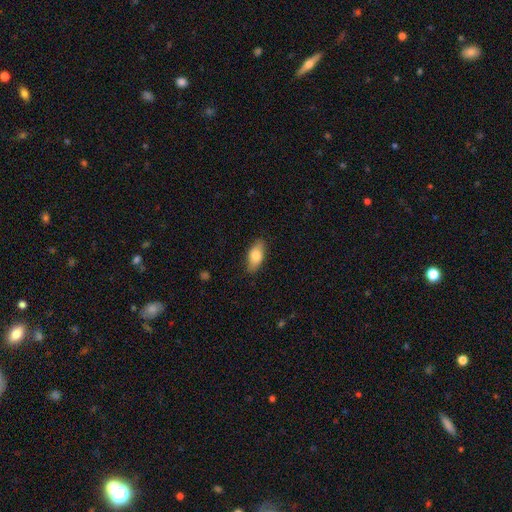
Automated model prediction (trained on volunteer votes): A smooth galaxy with no disk features (77%) that is in between round and cigar-shaped (87%).

Vote fractions:
- Smooth or featured? smooth: 77% / featured or disk: 17% / star or artifact: 6%
- How rounded? in between: 87% / cigar-shaped: 10% / round: 3%
- Merging? none: 85% / minor disturbance: 12% / major disturbance: 2% / merger: 1%